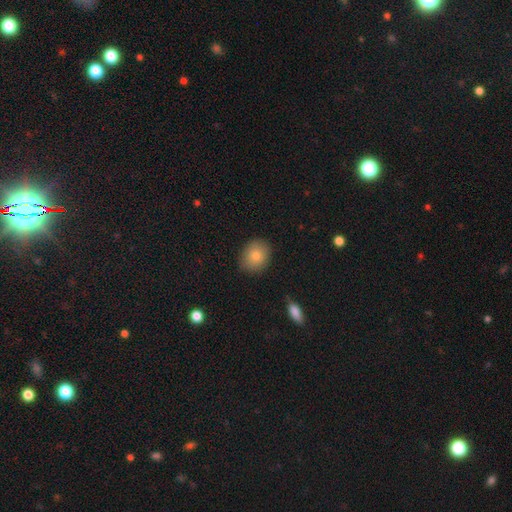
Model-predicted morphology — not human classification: Smooth or featured? Predicted: smooth (p=0.83). How rounded? Predicted: round (p=0.57). Merging? Predicted: none (p=0.84).